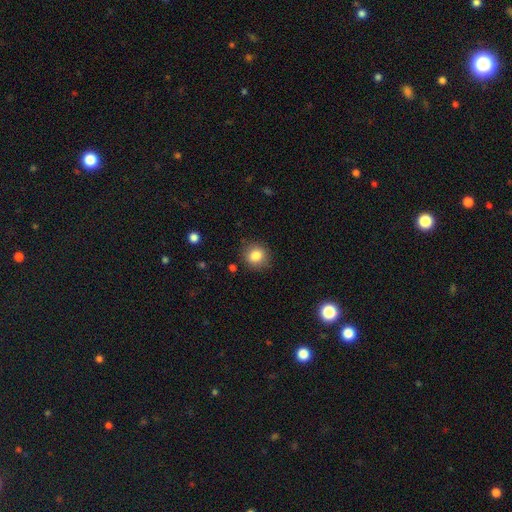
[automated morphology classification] smooth 83%, star or artifact 10%, featured or disk 6%. Down the decision tree: how rounded — round (85%); merging — none (85%).